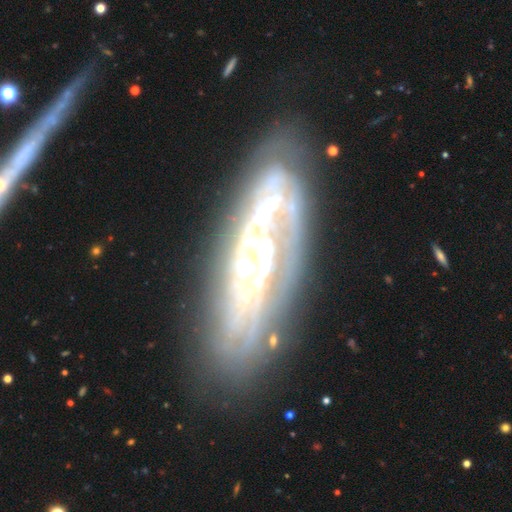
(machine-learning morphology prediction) This is clearly a featured or disk galaxy (83%). It is likely not viewed edge-on (78%). Bar: possibly no (60%). Spiral arm pattern: clearly yes (85%). Spiral arm count: marginally can't tell (40%). Spiral winding: possibly tight (59%). Central bulge: marginally moderate (43%). Merging: likely none (67%).